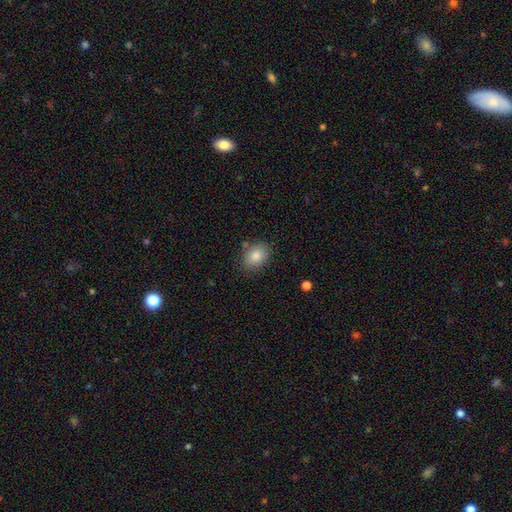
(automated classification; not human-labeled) A smooth galaxy with no disk features (83%) that is in between round and cigar-shaped (68%).

Vote fractions:
- Smooth or featured? smooth: 83% / star or artifact: 9% / featured or disk: 8%
- How rounded? in between: 68% / round: 31% / cigar-shaped: 1%
- Merging? none: 82% / minor disturbance: 12% / merger: 3% / major disturbance: 3%